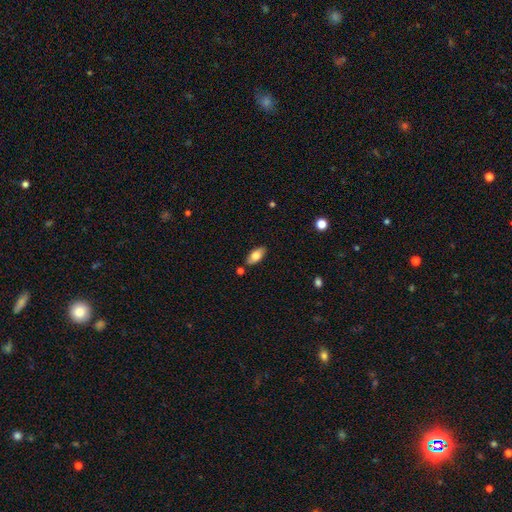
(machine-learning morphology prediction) smooth_or_featured: smooth (p=0.76) [alt: featured or disk p=0.17]
how_rounded: in between (p=0.89) [alt: cigar-shaped p=0.08]
merging: none (p=0.81) [alt: minor disturbance p=0.12]